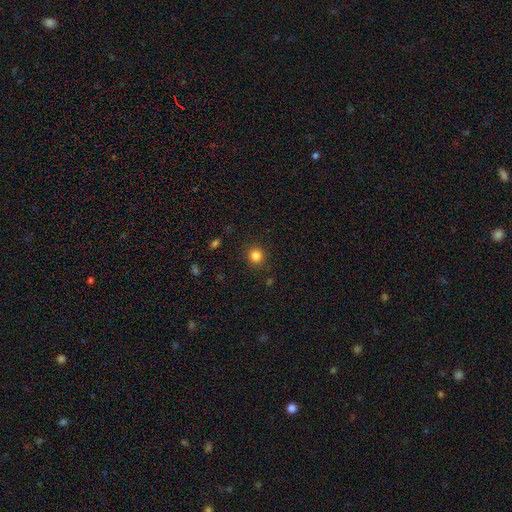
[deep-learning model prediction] Smooth or featured?
  - smooth: 84% *
  - star or artifact: 12%
  - featured or disk: 4%
How rounded?
  - round: 90% *
  - in between: 9%
  - cigar-shaped: 1%
Merging?
  - none: 90% *
  - minor disturbance: 6%
  - major disturbance: 2%
  - merger: 1%